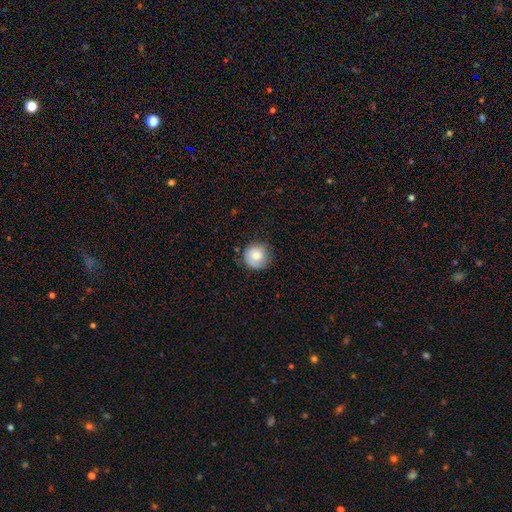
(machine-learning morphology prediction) This appears to be a smooth galaxy with no disk features (74%) that is round (93%). Merging: none (75%).